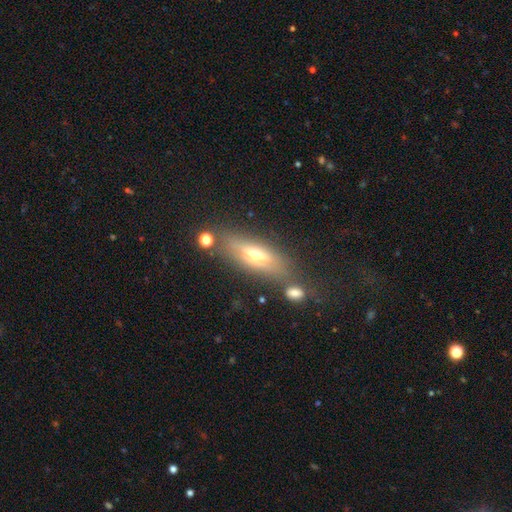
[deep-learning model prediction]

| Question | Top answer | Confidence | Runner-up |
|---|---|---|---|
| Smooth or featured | featured or disk | 46% | smooth (43%) |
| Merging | none | 70% | minor disturbance (14%) |